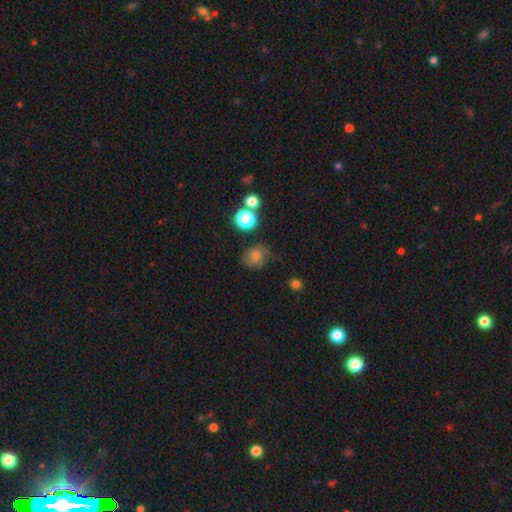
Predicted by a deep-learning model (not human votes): A smooth galaxy with no disk features (72%) that is round (64%).

Vote fractions:
- Smooth or featured? smooth: 72% / star or artifact: 16% / featured or disk: 13%
- How rounded? round: 64% / in between: 35% / cigar-shaped: 1%
- Merging? none: 61% / minor disturbance: 26% / major disturbance: 9% / merger: 4%